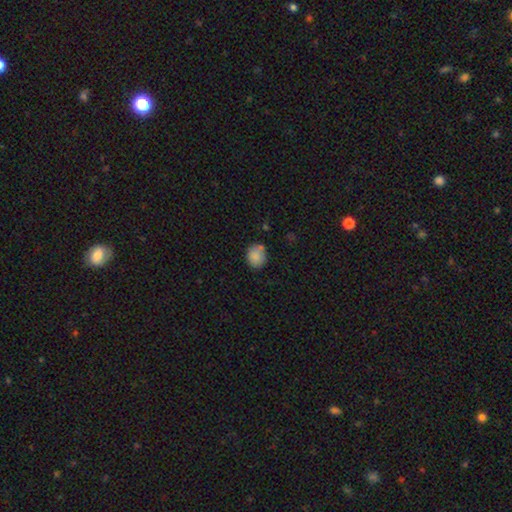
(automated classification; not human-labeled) A smooth galaxy with no disk features (85%) that is round (70%). Merging: none (70%).